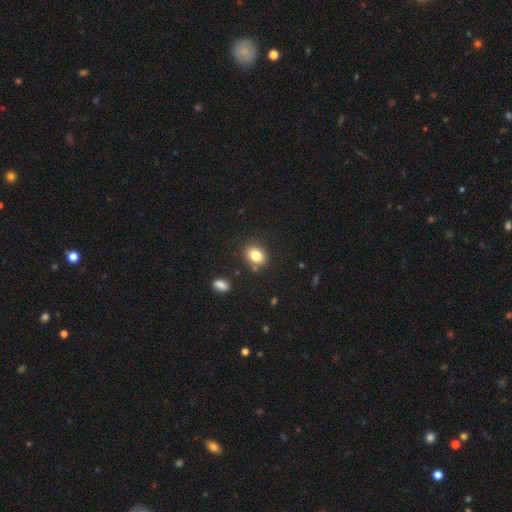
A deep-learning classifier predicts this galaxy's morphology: smooth 82%, star or artifact 10%, featured or disk 8%. Down the decision tree: how rounded — in between (62%); merging — none (81%).